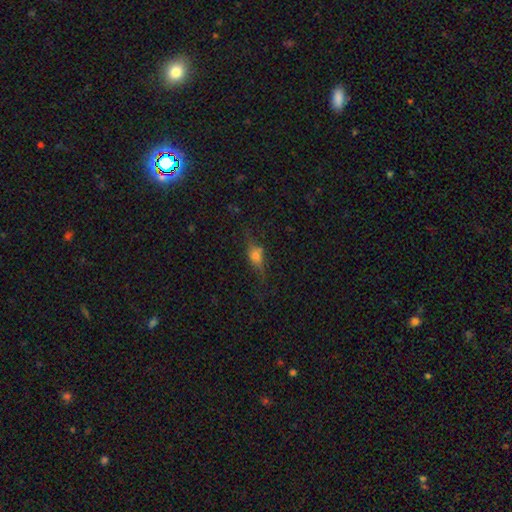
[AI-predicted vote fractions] Morphology: type=smooth (49%); merging=none (64%).